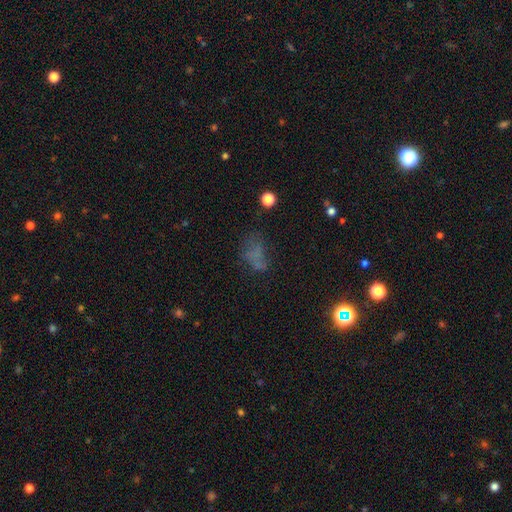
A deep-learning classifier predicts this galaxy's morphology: Smooth or featured?
  - smooth: 46% *
  - star or artifact: 29%
  - featured or disk: 25%
Merging?
  - none: 45% *
  - major disturbance: 26%
  - minor disturbance: 21%
  - merger: 8%